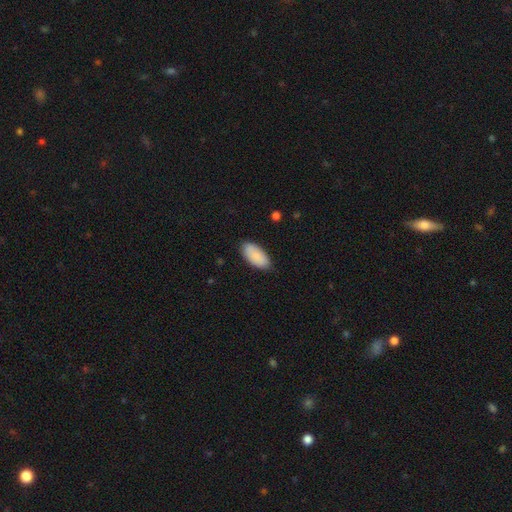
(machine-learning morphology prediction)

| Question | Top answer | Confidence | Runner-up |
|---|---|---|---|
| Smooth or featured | smooth | 88% | star or artifact (6%) |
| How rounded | in between | 93% | cigar-shaped (5%) |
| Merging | none | 83% | minor disturbance (14%) |